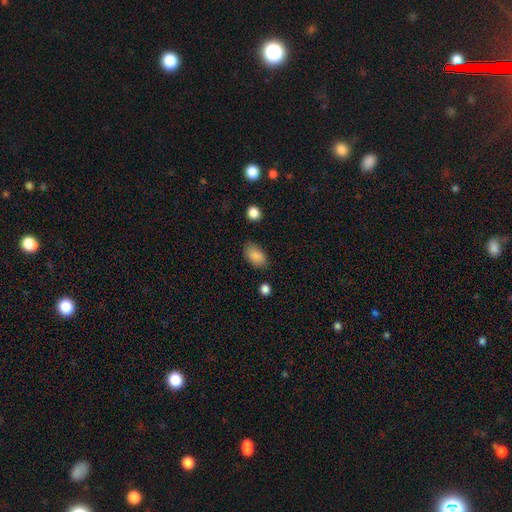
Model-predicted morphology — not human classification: This is clearly a smooth galaxy (87%). How rounded: clearly in between (91%). Merging: likely none (79%).